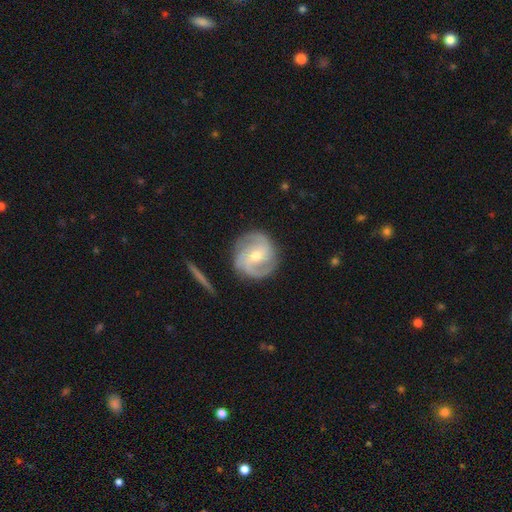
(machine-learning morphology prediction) Smooth or featured? featured or disk (86%)
Edge-on disk? no (98%)
Bar? no (45%)
Spiral arms? yes (97%)
Spiral winding? medium (46%)
Spiral arm count? 3 (45%)
Bulge size? moderate (57%)
Merging? none (82%)